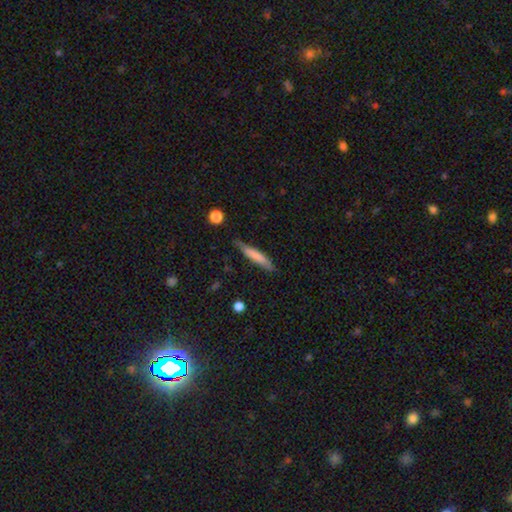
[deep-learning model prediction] Q: Smooth or featured?
A: smooth (71%); runner-up: featured or disk (23%)
Q: How rounded?
A: cigar-shaped (90%); runner-up: in between (9%)
Q: Merging?
A: none (75%); runner-up: minor disturbance (20%)